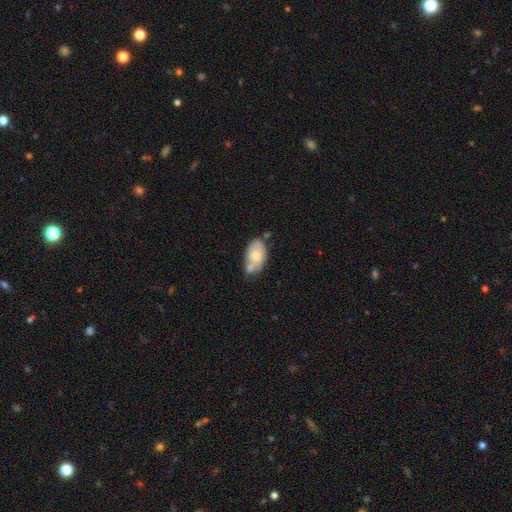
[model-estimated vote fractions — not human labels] Smooth or featured: smooth — 69% (featured or disk — 24%)
How rounded: in between — 91% (round — 7%)
Merging: none — 40% (merger — 31%)